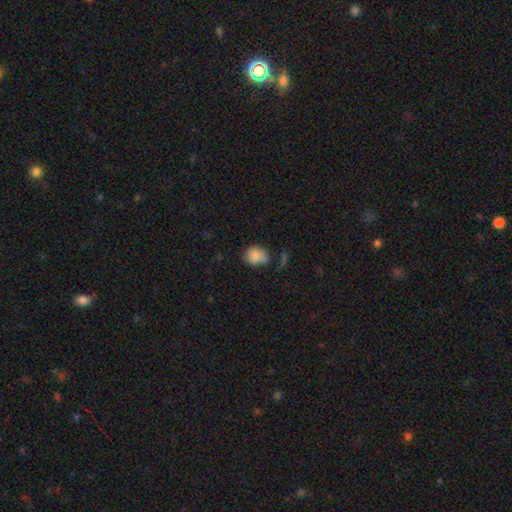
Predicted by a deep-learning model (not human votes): This is clearly a smooth galaxy (83%). How rounded: likely round (66%). Merging: possibly none (55%).